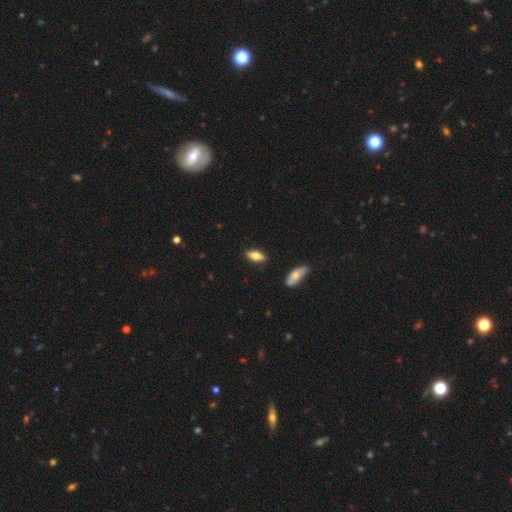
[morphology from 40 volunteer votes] smooth 57%, featured or disk 38%, star or artifact 5%. Down the decision tree: how rounded — in between (83%); merging — none (71%).